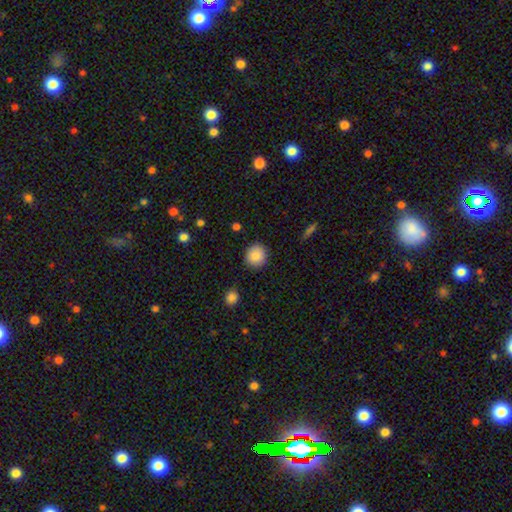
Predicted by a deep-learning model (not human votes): A smooth galaxy with no disk features (87%) that is round (90%).

Vote fractions:
- Smooth or featured? smooth: 87% / star or artifact: 8% / featured or disk: 5%
- How rounded? round: 90% / in between: 9% / cigar-shaped: 1%
- Merging? none: 89% / minor disturbance: 7% / major disturbance: 2% / merger: 1%